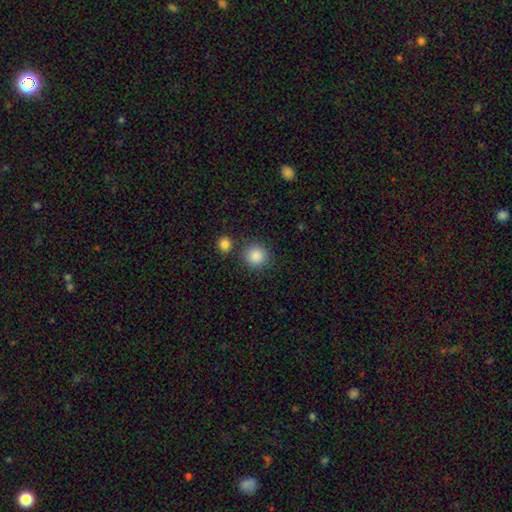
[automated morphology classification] Smooth or featured? Predicted: smooth (p=0.87). How rounded? Predicted: round (p=0.92). Merging? Predicted: none (p=0.82).